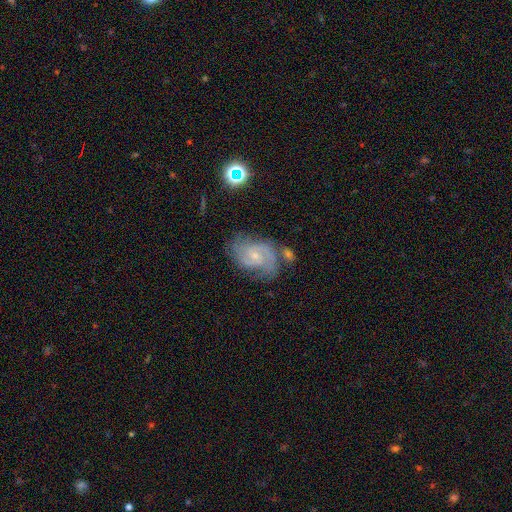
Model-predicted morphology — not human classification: A featured or disk galaxy (85%) with no bar (54%), 2 (55%) medium (45%) spiral arms (97%) and a small central bulge (72%). Merging: none (62%).